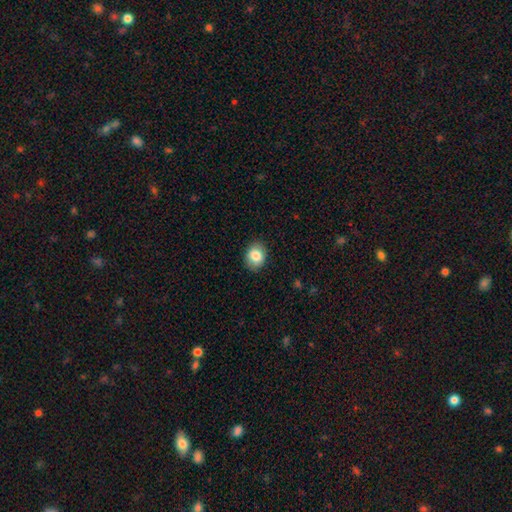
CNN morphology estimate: Q: Smooth or featured?
A: smooth (84%); runner-up: star or artifact (8%)
Q: How rounded?
A: in between (52%); runner-up: round (47%)
Q: Merging?
A: none (88%); runner-up: minor disturbance (9%)